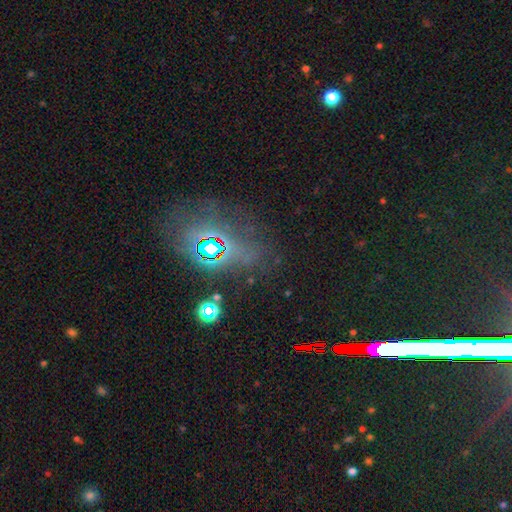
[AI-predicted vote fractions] Q: Smooth or featured?
A: star or artifact (55%); runner-up: featured or disk (23%)